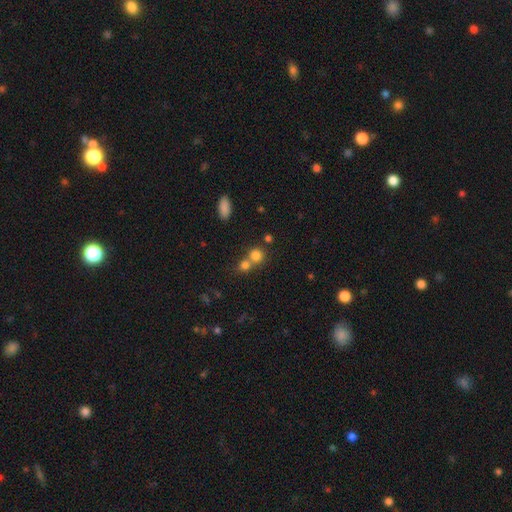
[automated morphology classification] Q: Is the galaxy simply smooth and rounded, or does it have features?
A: smooth — 78%.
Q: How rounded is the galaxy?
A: round — 84%.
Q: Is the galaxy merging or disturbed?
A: merger — 47%.